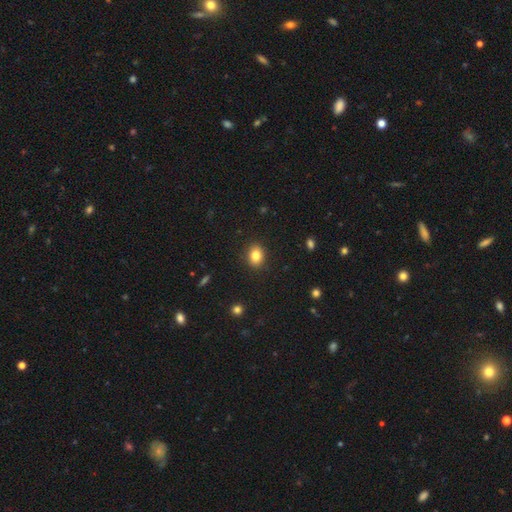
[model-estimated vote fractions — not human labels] The model was most divided on "how rounded": in between: 56%, round: 43%, cigar-shaped: 1%. More confident: merging — none (89%); smooth or featured — smooth (83%).